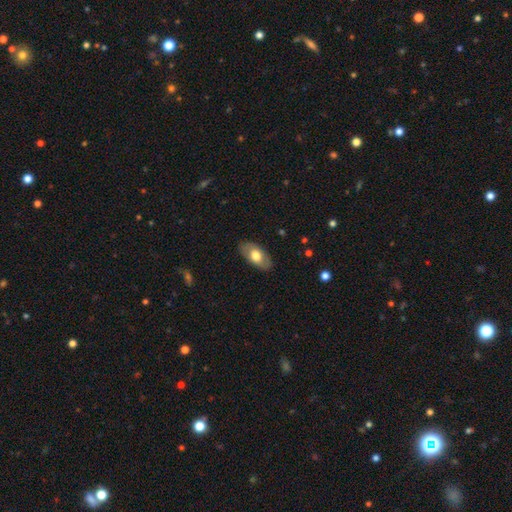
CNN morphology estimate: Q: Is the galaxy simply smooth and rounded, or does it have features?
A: smooth — 65%.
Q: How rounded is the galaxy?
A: in between — 93%.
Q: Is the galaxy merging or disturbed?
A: none — 85%.